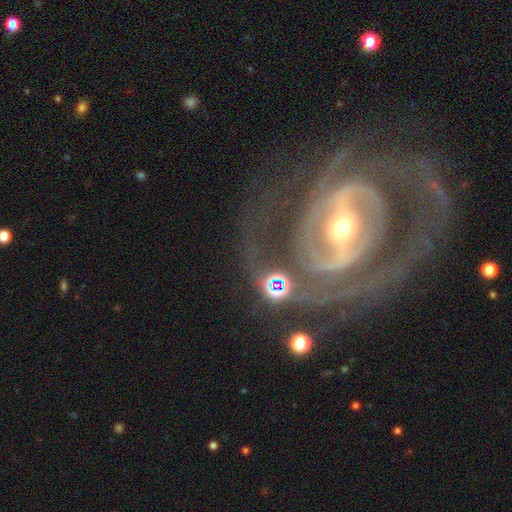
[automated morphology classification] Smooth or featured? featured or disk (87%)
Edge-on disk? no (96%)
Bar? strong (54%)
Spiral arms? yes (85%)
Spiral winding? tight (50%)
Spiral arm count? 2 (49%)
Bulge size? moderate (53%)
Merging? none (53%)